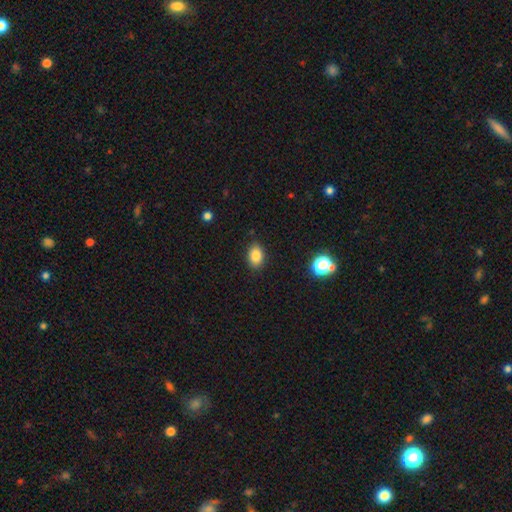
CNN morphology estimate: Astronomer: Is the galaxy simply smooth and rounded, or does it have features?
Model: smooth — 84%.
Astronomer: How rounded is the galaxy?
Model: in between — 80%.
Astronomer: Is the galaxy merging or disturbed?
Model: none — 87%.